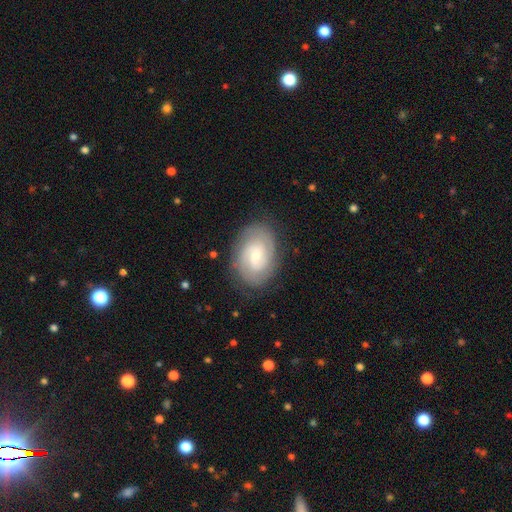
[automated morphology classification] The model was most divided on "bar": weak: 48%, no: 43%, strong: 9%. More confident: edge-on disk — no (97%); spiral arms — yes (93%); merging — none (81%); smooth or featured — featured or disk (73%); spiral winding — tight (61%); bulge size — small (57%); spiral arm count — 2 (57%).